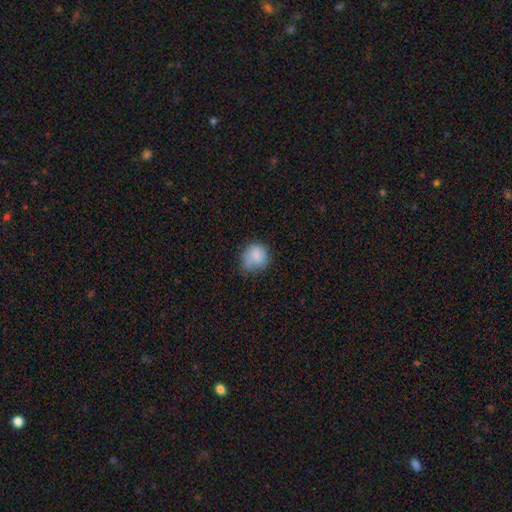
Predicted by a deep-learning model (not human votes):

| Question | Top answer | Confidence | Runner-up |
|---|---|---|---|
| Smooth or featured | smooth | 83% | featured or disk (9%) |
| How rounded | round | 77% | in between (23%) |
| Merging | none | 55% | minor disturbance (33%) |